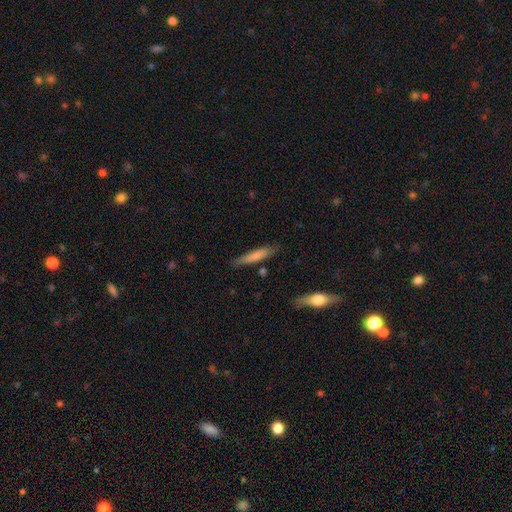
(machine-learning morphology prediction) smooth-or-featured: smooth: 74% | featured or disk: 20% | star or artifact: 6%
  how-rounded: cigar-shaped: 87% | in between: 11% | round: 1%
  merging: none: 81% | minor disturbance: 14% | merger: 3% | major disturbance: 3%